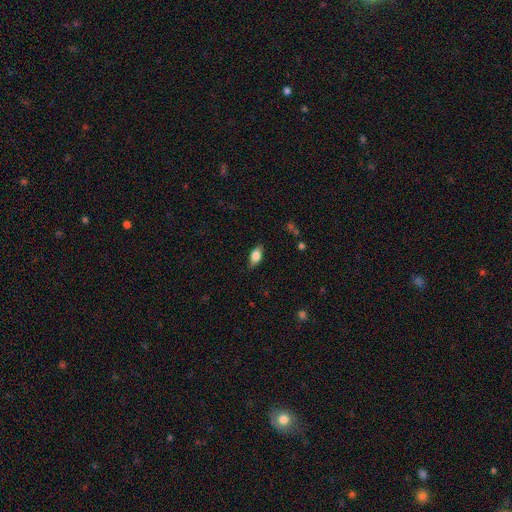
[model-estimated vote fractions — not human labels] The model was most divided on "smooth or featured": smooth: 75%, featured or disk: 18%, star or artifact: 7%. More confident: how rounded — in between (86%); merging — none (82%).